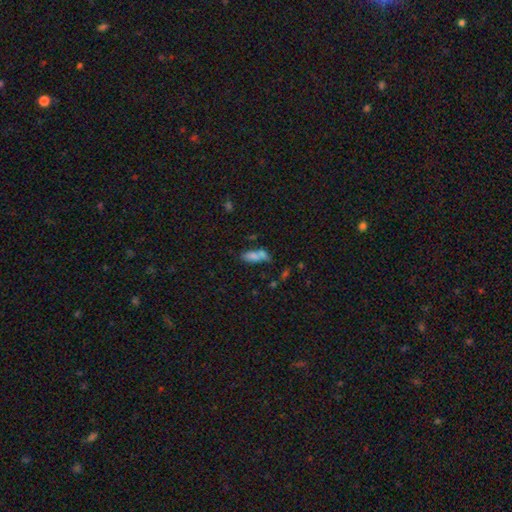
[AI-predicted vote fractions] A smooth galaxy with no disk features (75%) that is in between round and cigar-shaped (72%). Merging: merger (42%).